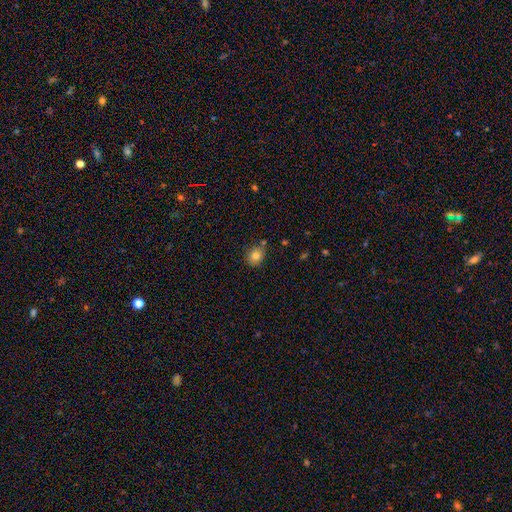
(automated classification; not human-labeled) Smooth or featured? smooth (81%)
How rounded? round (70%)
Merging? none (74%)